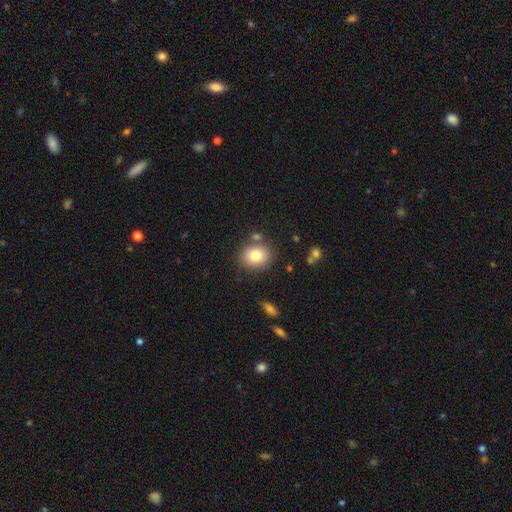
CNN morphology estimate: This is likely a smooth galaxy (80%). How rounded: possibly round (59%). Merging: likely none (79%).